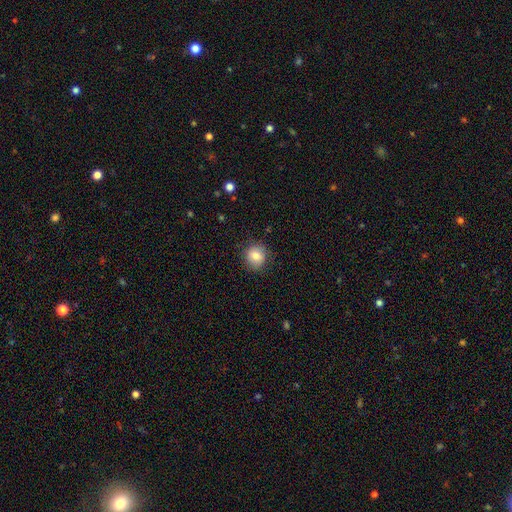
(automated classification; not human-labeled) This is clearly a smooth galaxy (81%). How rounded: clearly round (85%). Merging: clearly none (86%).